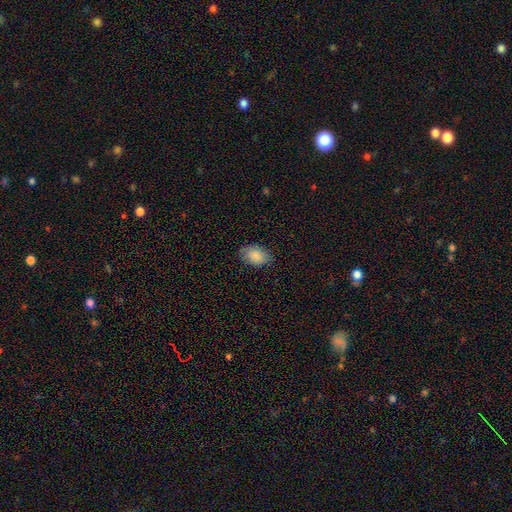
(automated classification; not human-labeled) smooth 88%, star or artifact 7%, featured or disk 6%. Down the decision tree: how rounded — in between (84%); merging — none (83%).